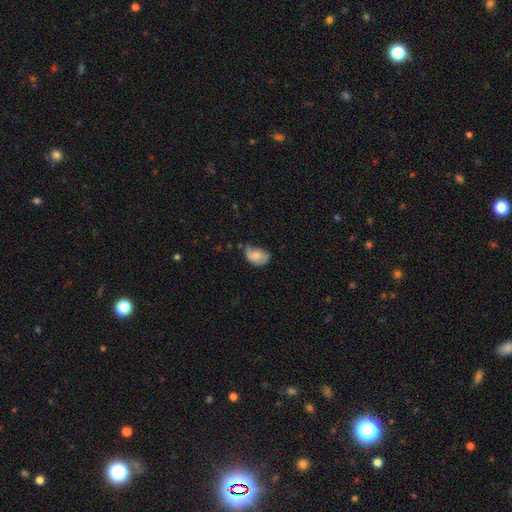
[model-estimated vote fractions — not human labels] A smooth galaxy with no disk features (71%) that is in between round and cigar-shaped (83%). Merging: none (42%, tied with minor disturbance).